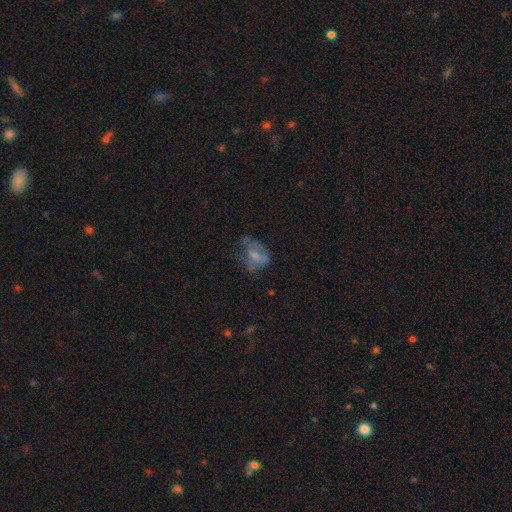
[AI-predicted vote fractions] smooth 46%, featured or disk 42%, star or artifact 12%. Down the decision tree: merging — none (34%).